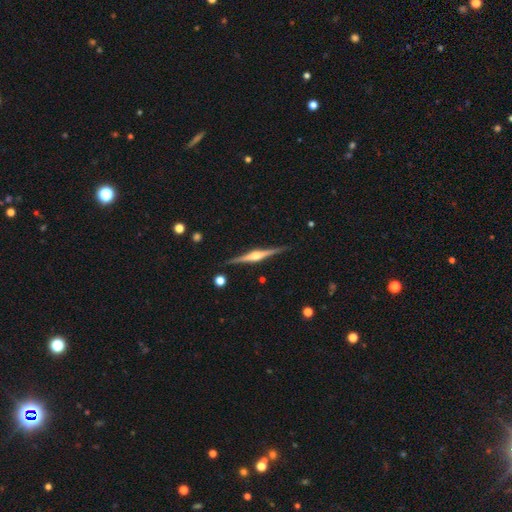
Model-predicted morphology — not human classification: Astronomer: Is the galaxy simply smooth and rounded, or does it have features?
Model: featured or disk — 84%.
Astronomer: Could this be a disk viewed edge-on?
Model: yes — 98%.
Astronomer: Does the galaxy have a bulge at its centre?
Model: rounded — 89%.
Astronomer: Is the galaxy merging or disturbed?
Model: none — 89%.